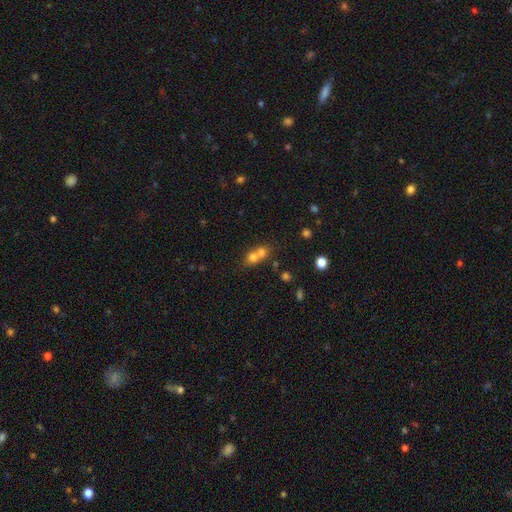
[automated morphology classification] This appears to be a smooth galaxy with no disk features (70%) that is round (73%). Merging: merger (67%).